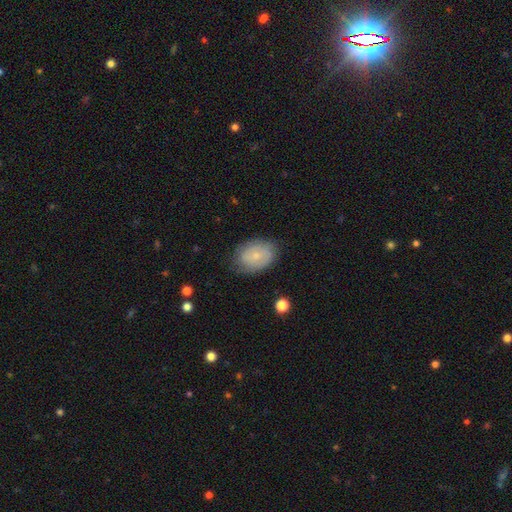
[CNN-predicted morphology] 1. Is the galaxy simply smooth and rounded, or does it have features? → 61% smooth, 32% featured or disk, 8% star or artifact.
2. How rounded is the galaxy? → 78% in between, 21% round, 1% cigar-shaped.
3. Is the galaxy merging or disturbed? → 75% none, 19% minor disturbance, 5% major disturbance, 1% merger.